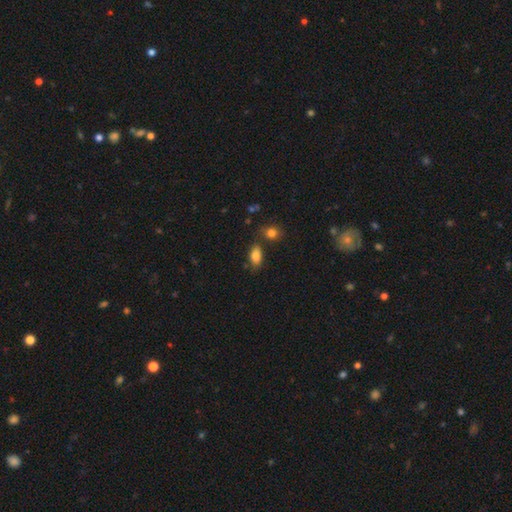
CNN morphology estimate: Smooth or featured?
  - smooth: 84% *
  - star or artifact: 9%
  - featured or disk: 7%
How rounded?
  - in between: 88% *
  - round: 7%
  - cigar-shaped: 5%
Merging?
  - none: 69% *
  - minor disturbance: 17%
  - merger: 9%
  - major disturbance: 4%